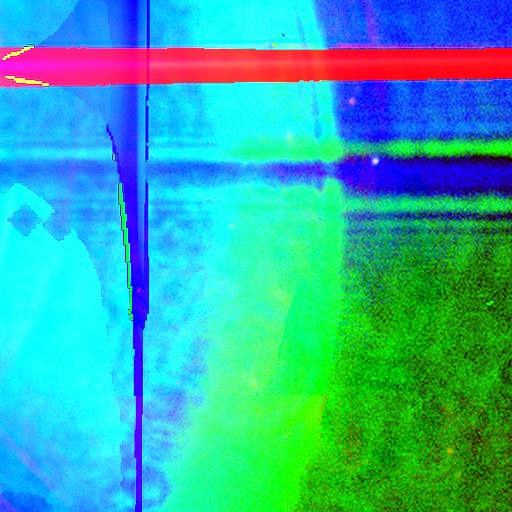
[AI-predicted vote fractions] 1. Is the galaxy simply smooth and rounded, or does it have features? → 84% star or artifact, 9% featured or disk, 7% smooth.